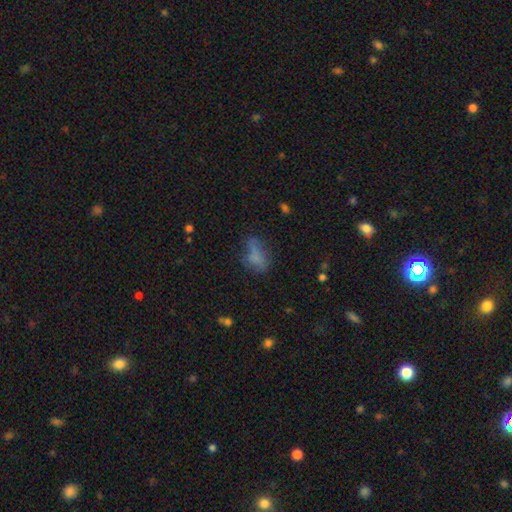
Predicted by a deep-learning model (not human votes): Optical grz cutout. It shows a smooth galaxy with no disk features (65%) that is in between round and cigar-shaped (78%). Merging: none (44%).